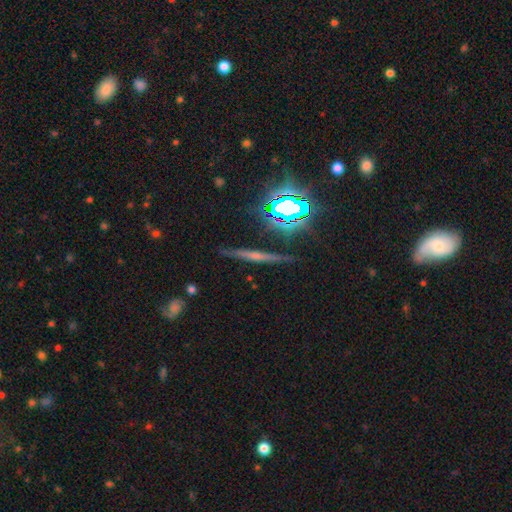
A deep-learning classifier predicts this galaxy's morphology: A featured or disk galaxy (50%). Merging: none (83%).